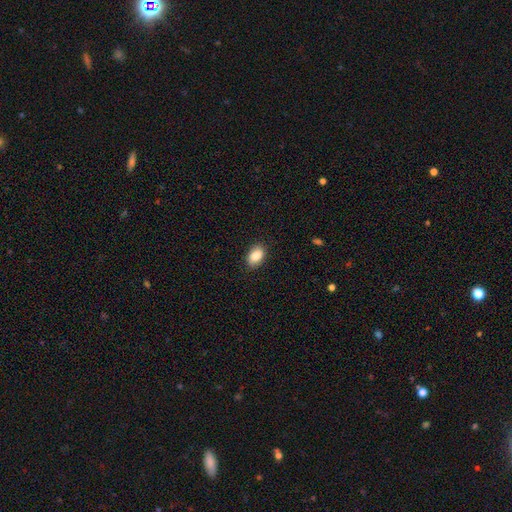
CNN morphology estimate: smooth-or-featured: smooth: 88% | star or artifact: 7% | featured or disk: 5%
  how-rounded: in between: 89% | round: 10% | cigar-shaped: 1%
  merging: none: 86% | minor disturbance: 11% | major disturbance: 2% | merger: 1%